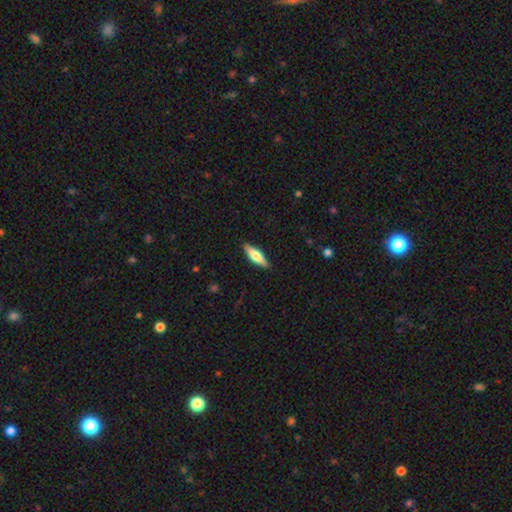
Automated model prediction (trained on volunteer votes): Smooth or featured? Predicted: smooth (p=0.52). How rounded? Predicted: cigar-shaped (p=0.59). Merging? Predicted: none (p=0.89).